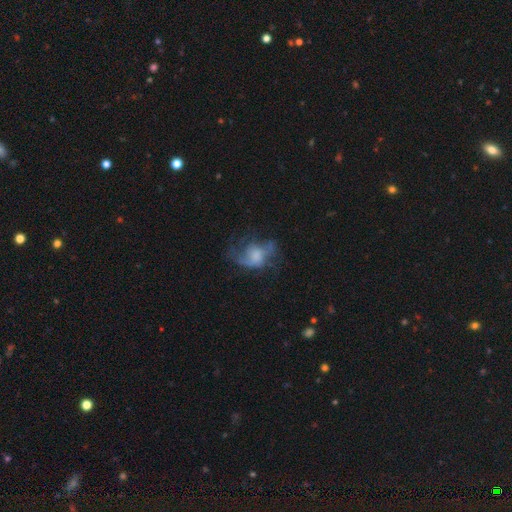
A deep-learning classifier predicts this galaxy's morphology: This appears to be a featured or disk galaxy (55%) with no bar (73%), spiral arms (53%) and no central bulge (33%). Merging: major disturbance (44%).